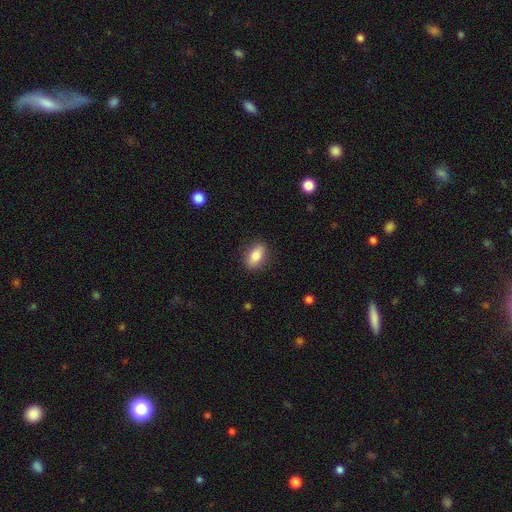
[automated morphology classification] The model was most divided on "smooth or featured": smooth: 81%, featured or disk: 11%, star or artifact: 7%. More confident: merging — none (87%); how rounded — in between (84%).